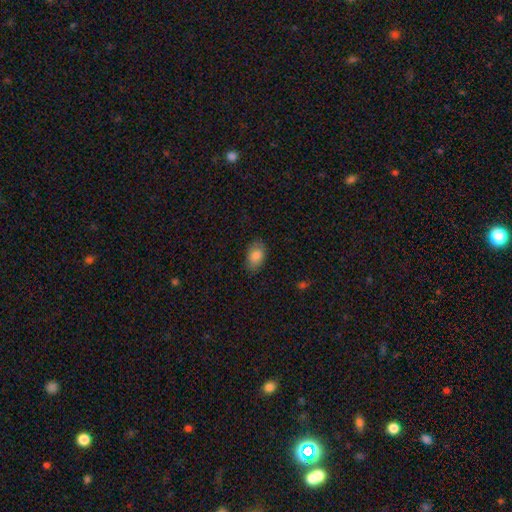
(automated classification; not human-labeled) Smooth or featured?
  - smooth: 85% *
  - featured or disk: 8%
  - star or artifact: 7%
How rounded?
  - in between: 90% *
  - round: 9%
  - cigar-shaped: 1%
Merging?
  - none: 82% *
  - minor disturbance: 14%
  - major disturbance: 3%
  - merger: 1%